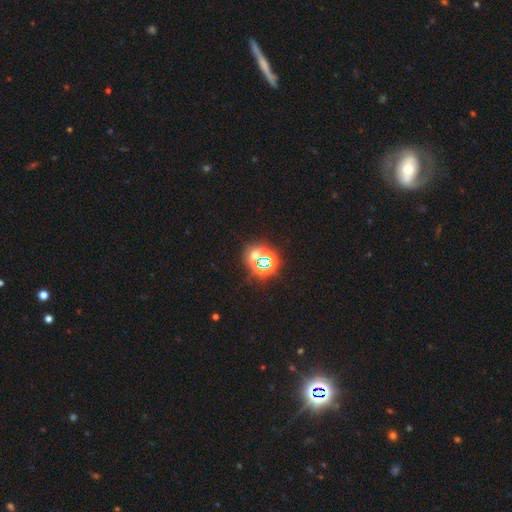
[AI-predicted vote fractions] The model was most divided on "smooth or featured": star or artifact: 67%, smooth: 23%, featured or disk: 10%.